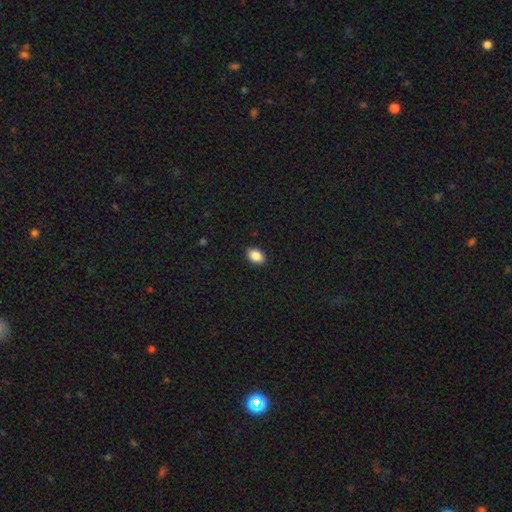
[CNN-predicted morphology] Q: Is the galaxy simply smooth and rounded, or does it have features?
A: smooth — 88%.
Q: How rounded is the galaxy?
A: in between — 85%.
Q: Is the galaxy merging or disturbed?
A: none — 90%.